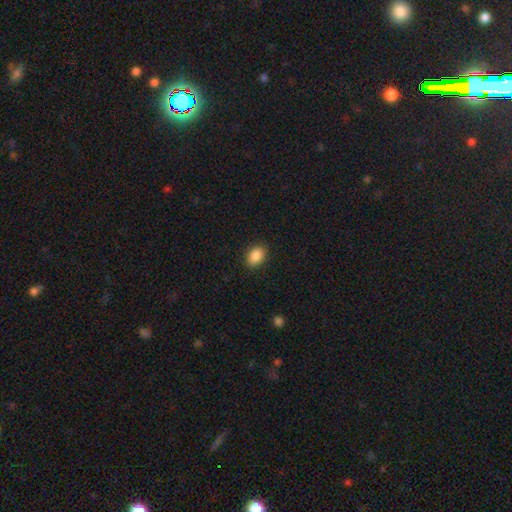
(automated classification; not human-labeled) Smooth or featured?
  - smooth: 89% *
  - star or artifact: 8%
  - featured or disk: 3%
How rounded?
  - in between: 81% *
  - round: 18%
  - cigar-shaped: 1%
Merging?
  - none: 89% *
  - minor disturbance: 8%
  - major disturbance: 2%
  - merger: 1%